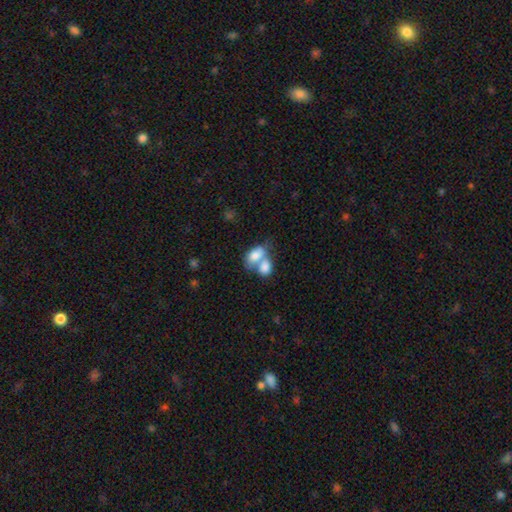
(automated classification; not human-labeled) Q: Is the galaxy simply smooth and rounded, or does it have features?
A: smooth — 76%.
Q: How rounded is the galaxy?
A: in between — 83%.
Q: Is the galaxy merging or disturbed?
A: merger — 72%.